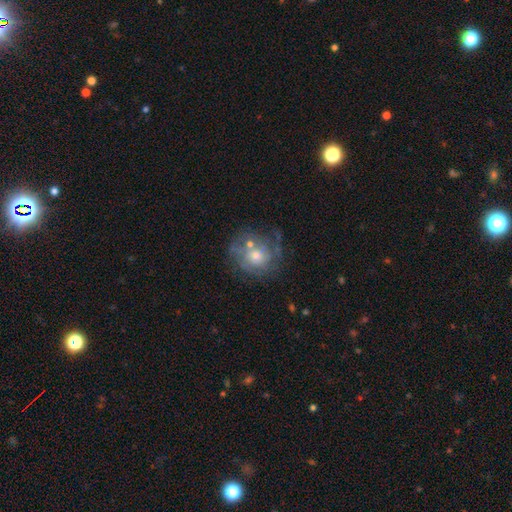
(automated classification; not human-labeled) featured or disk 64%, smooth 26%, star or artifact 10%. Down the decision tree: edge-on disk — no (97%); bar — no (82%); spiral arms — yes (66%); bulge size — moderate (61%); merging — none (56%).